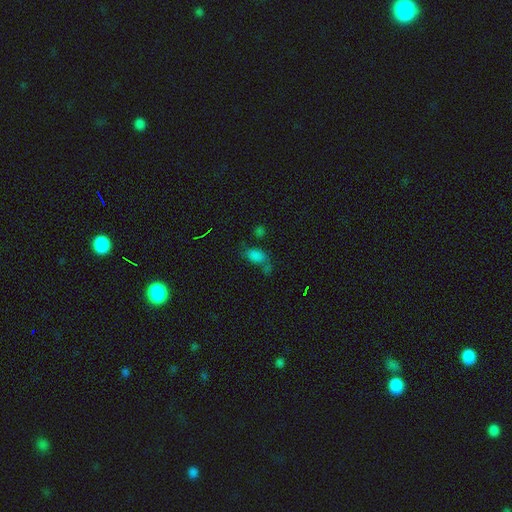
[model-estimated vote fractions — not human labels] Smooth or featured?
  - smooth: 71% *
  - star or artifact: 22%
  - featured or disk: 8%
How rounded?
  - in between: 88% *
  - round: 10%
  - cigar-shaped: 3%
Merging?
  - none: 40% *
  - merger: 30%
  - minor disturbance: 17%
  - major disturbance: 13%